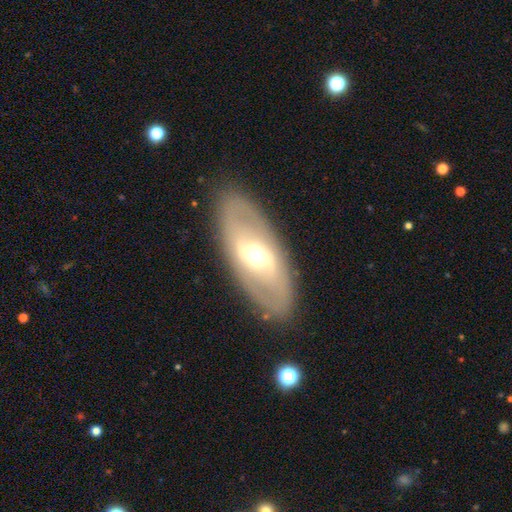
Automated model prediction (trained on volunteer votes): Q: Smooth or featured?
A: featured or disk (67%); runner-up: smooth (27%)
Q: Edge-on disk?
A: no (86%); runner-up: yes (14%)
Q: Bar?
A: weak (41%); runner-up: no (31%)
Q: Spiral arms?
A: no (52%); runner-up: yes (48%)
Q: Bulge size?
A: moderate (68%); runner-up: small (16%)
Q: Merging?
A: none (85%); runner-up: minor disturbance (10%)